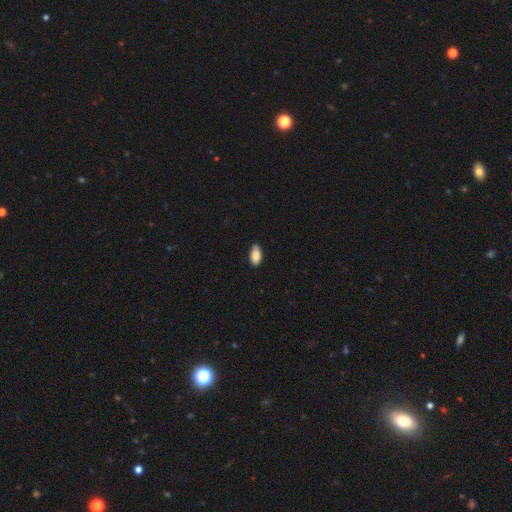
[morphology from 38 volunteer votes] This is clearly a smooth galaxy (89%). How rounded: clearly in between (88%). Merging: clearly none (81%).